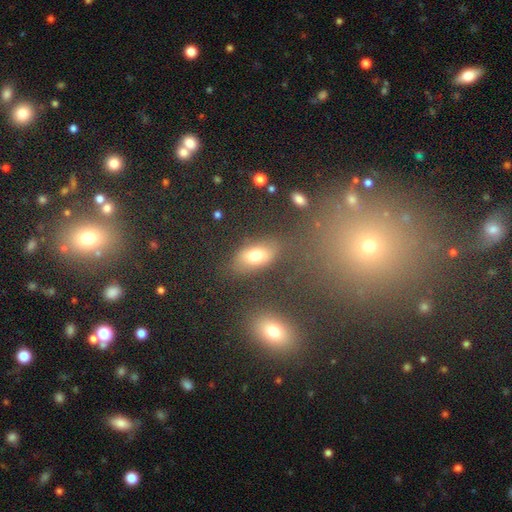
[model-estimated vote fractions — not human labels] The model was most divided on "merging": none: 73%, minor disturbance: 15%, major disturbance: 6%, merger: 6%. More confident: how rounded — in between (84%); smooth or featured — smooth (74%).